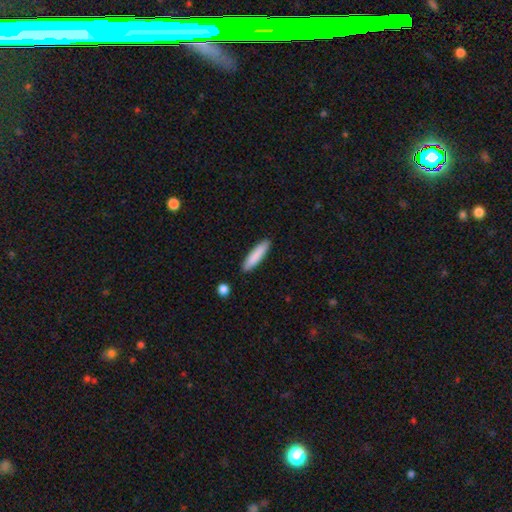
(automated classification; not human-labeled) This appears to be a smooth galaxy with no disk features (85%) that is cigar-shaped (80%). Merging: none (89%).